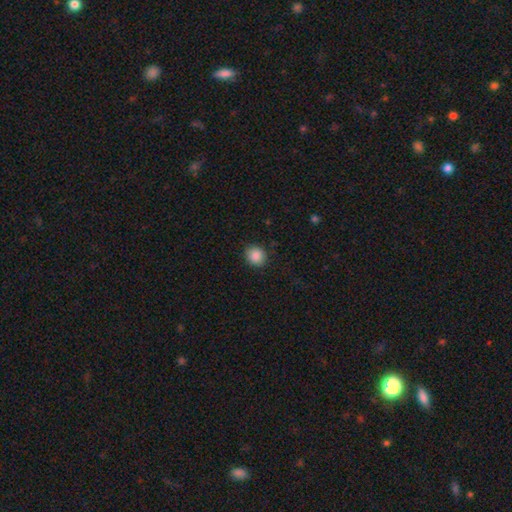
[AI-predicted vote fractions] Q: Smooth or featured?
A: smooth (87%); runner-up: star or artifact (9%)
Q: How rounded?
A: round (79%); runner-up: in between (20%)
Q: Merging?
A: none (88%); runner-up: minor disturbance (9%)